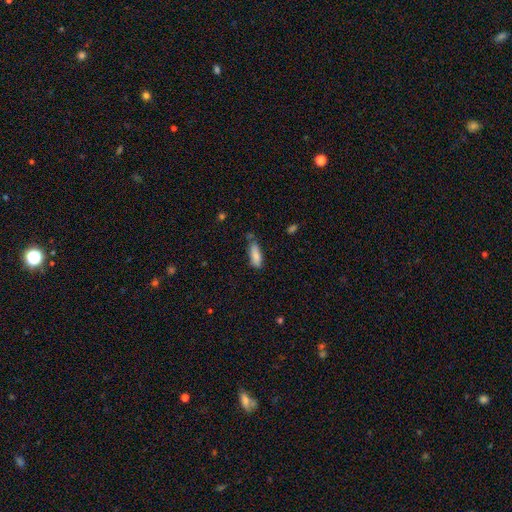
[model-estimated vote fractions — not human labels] Smooth or featured? Predicted: smooth (p=0.86). How rounded? Predicted: in between (p=0.63). Merging? Predicted: none (p=0.64).